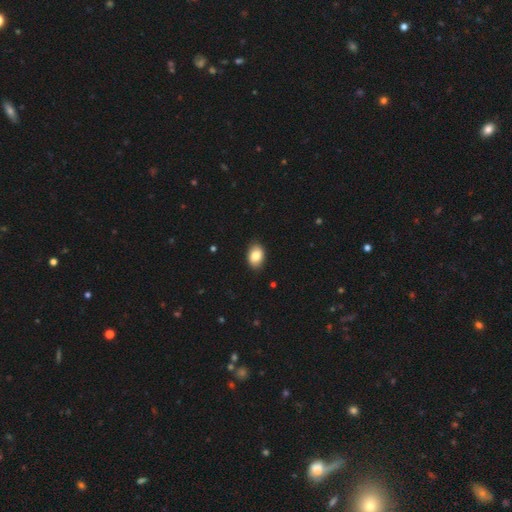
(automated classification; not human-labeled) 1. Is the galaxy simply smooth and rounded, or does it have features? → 84% smooth, 9% featured or disk, 7% star or artifact.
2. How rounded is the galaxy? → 85% in between, 14% round, 1% cigar-shaped.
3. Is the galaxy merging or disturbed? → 87% none, 10% minor disturbance, 2% major disturbance, 1% merger.